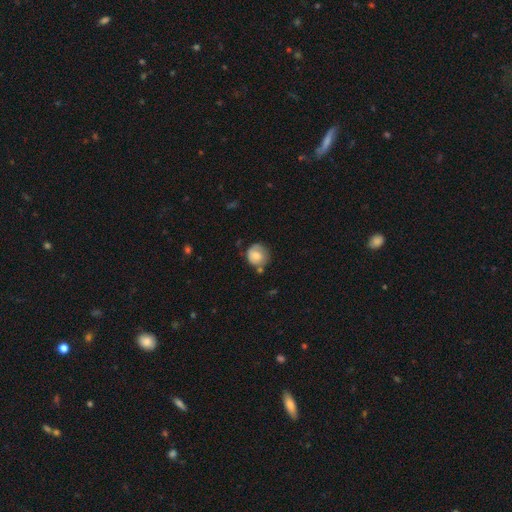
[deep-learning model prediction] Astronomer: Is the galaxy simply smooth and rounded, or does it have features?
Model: smooth — 70%.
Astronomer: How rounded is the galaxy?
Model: round — 83%.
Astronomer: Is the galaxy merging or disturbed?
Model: none — 59%.